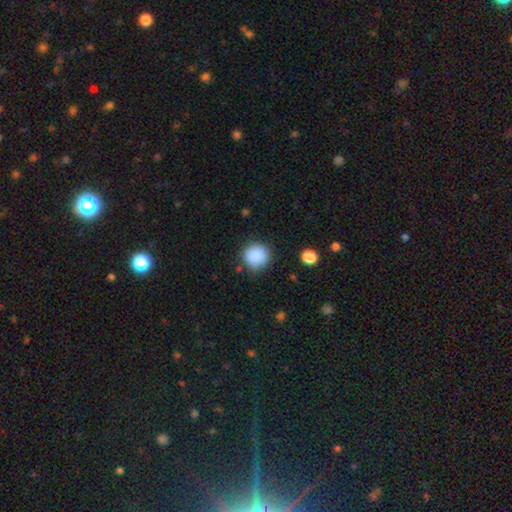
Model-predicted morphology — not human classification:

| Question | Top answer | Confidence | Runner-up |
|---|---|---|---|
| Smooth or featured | smooth | 88% | star or artifact (9%) |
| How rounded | round | 91% | in between (9%) |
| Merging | none | 84% | minor disturbance (11%) |